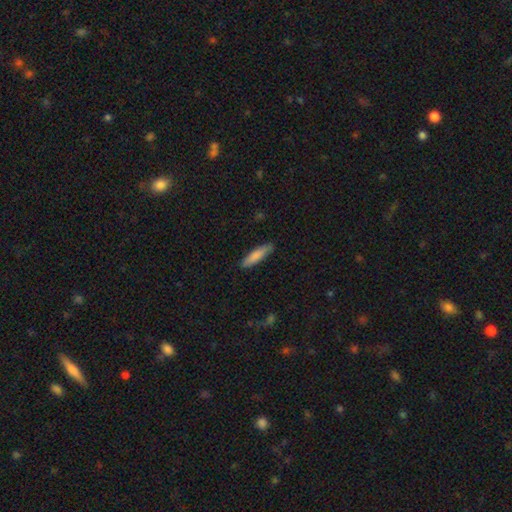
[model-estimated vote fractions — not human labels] A smooth galaxy with no disk features (82%) that is cigar-shaped (75%).

Vote fractions:
- Smooth or featured? smooth: 82% / featured or disk: 12% / star or artifact: 6%
- How rounded? cigar-shaped: 75% / in between: 23% / round: 1%
- Merging? none: 86% / minor disturbance: 11% / major disturbance: 2% / merger: 1%